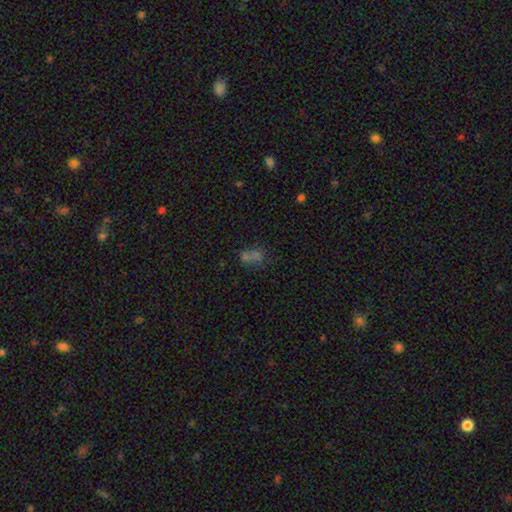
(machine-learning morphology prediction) This appears to be a smooth galaxy with no disk features (58%) that is round (52%). Merging: merger (46%).